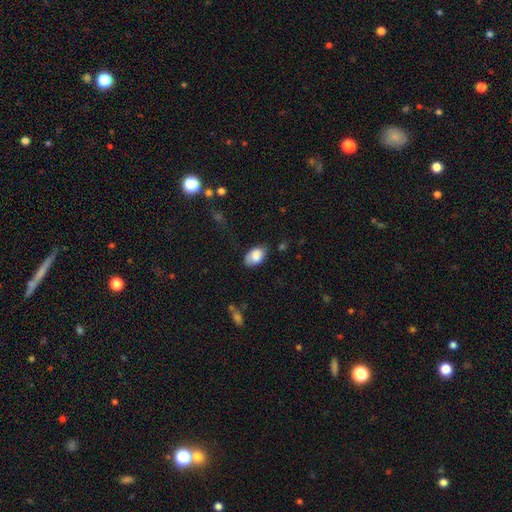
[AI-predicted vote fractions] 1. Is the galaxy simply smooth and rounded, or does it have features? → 84% smooth, 9% featured or disk, 7% star or artifact.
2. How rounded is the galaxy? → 90% in between, 8% round, 1% cigar-shaped.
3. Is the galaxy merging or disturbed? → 71% none, 22% minor disturbance, 5% major disturbance, 2% merger.